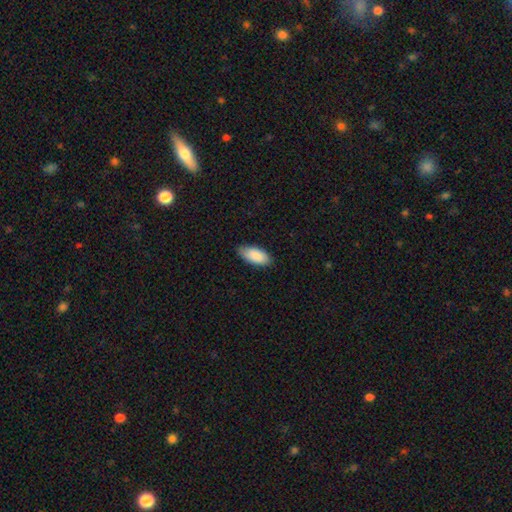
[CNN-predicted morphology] type=smooth (89%); roundness=in between (90%); merging=none (84%).